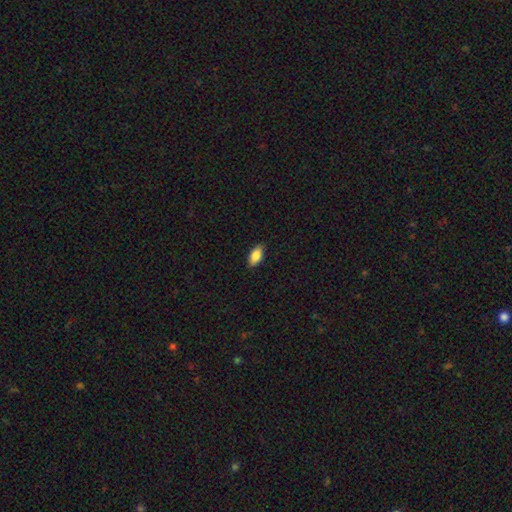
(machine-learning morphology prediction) Smooth or featured? Predicted: smooth (p=0.86). How rounded? Predicted: in between (p=0.91). Merging? Predicted: none (p=0.87).